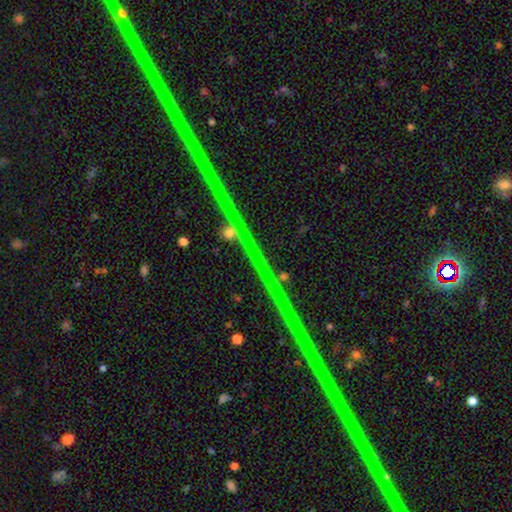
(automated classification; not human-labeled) smooth_or_featured: star or artifact (p=0.83) [alt: featured or disk p=0.12]